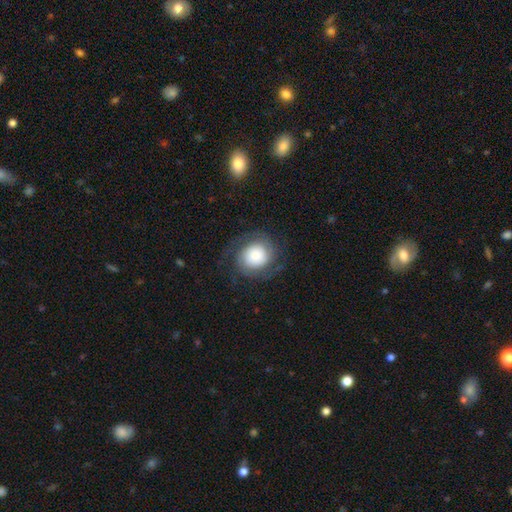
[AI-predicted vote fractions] smooth 46%, featured or disk 45%, star or artifact 9%. Down the decision tree: merging — none (72%).